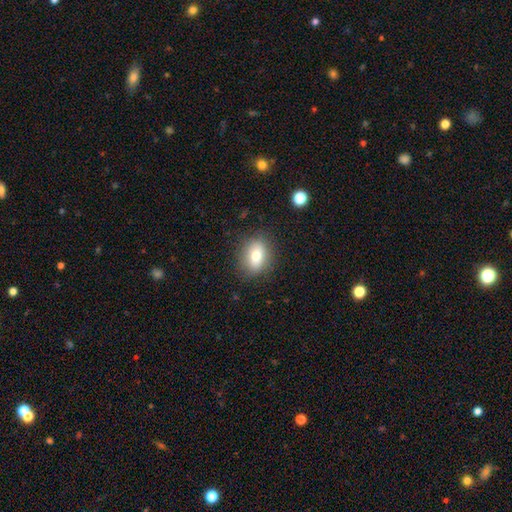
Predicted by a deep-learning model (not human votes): This is likely a smooth galaxy (75%). How rounded: likely in between (65%). Merging: clearly none (84%).